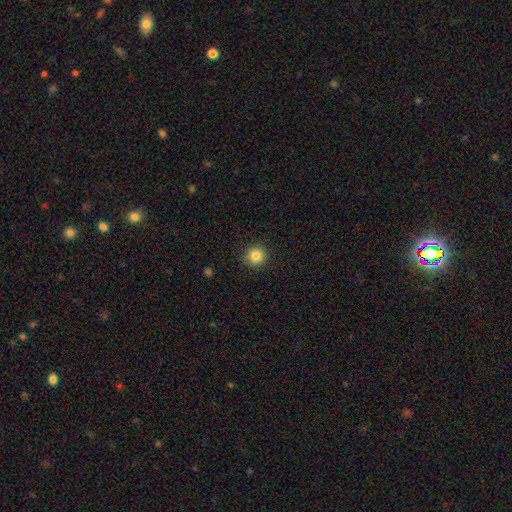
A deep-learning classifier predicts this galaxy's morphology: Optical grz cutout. It shows a smooth galaxy with no disk features (84%) that is round (94%). Merging: none (91%).